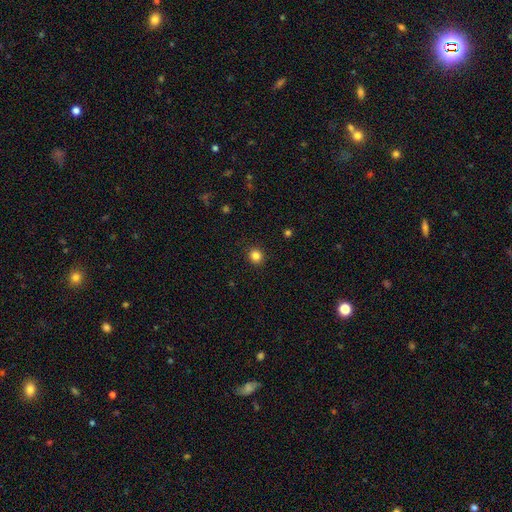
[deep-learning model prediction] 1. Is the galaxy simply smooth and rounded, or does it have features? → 84% smooth, 12% star or artifact, 4% featured or disk.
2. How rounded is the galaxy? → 87% round, 12% in between, 1% cigar-shaped.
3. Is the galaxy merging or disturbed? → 91% none, 6% minor disturbance, 2% major disturbance, 1% merger.